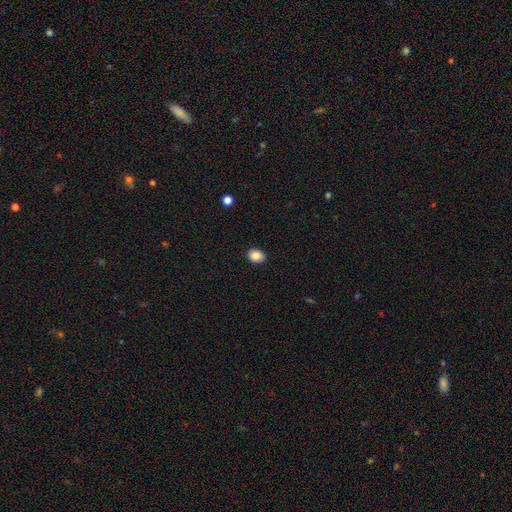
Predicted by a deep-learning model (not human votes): Smooth or featured: smooth — 87% (star or artifact — 9%)
How rounded: in between — 57% (round — 42%)
Merging: none — 87% (minor disturbance — 10%)